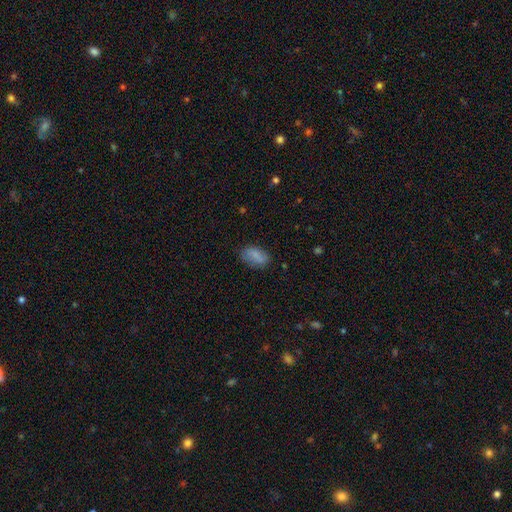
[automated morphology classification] type=smooth (78%); roundness=in between (91%); merging=none (74%).